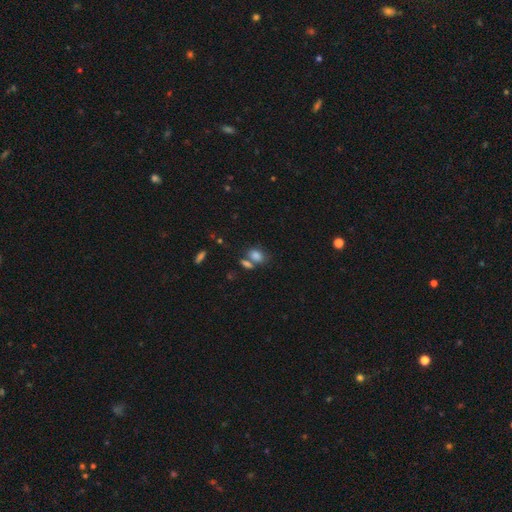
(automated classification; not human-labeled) smooth 82%, star or artifact 11%, featured or disk 7%. Down the decision tree: how rounded — in between (77%); merging — none (47%).